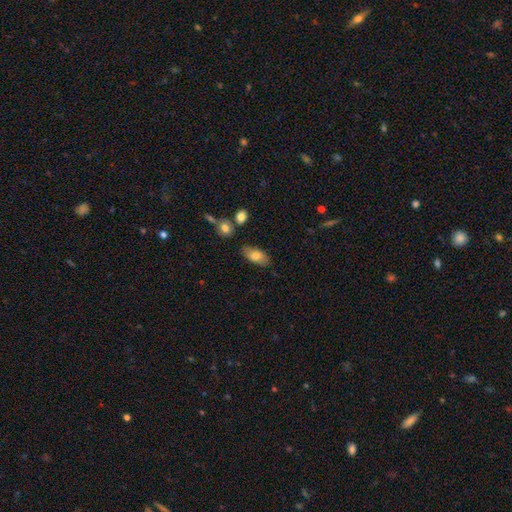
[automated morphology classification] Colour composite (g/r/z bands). It shows a smooth galaxy with no disk features (78%) that is in between round and cigar-shaped (91%). Merging: none (79%).